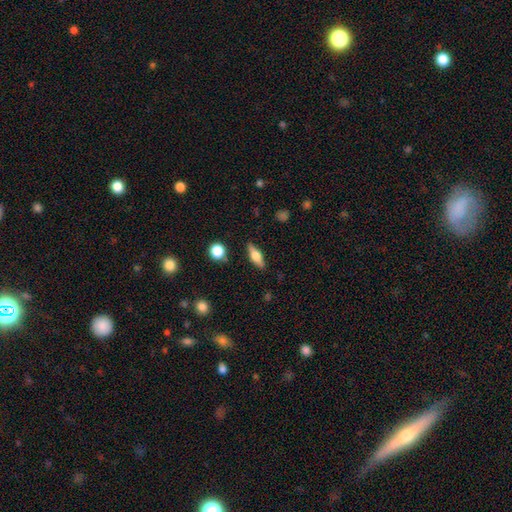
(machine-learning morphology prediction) Smooth or featured?
  - smooth: 56% *
  - featured or disk: 36%
  - star or artifact: 8%
How rounded?
  - in between: 56% *
  - cigar-shaped: 40%
  - round: 5%
Merging?
  - none: 86% *
  - minor disturbance: 10%
  - major disturbance: 3%
  - merger: 2%